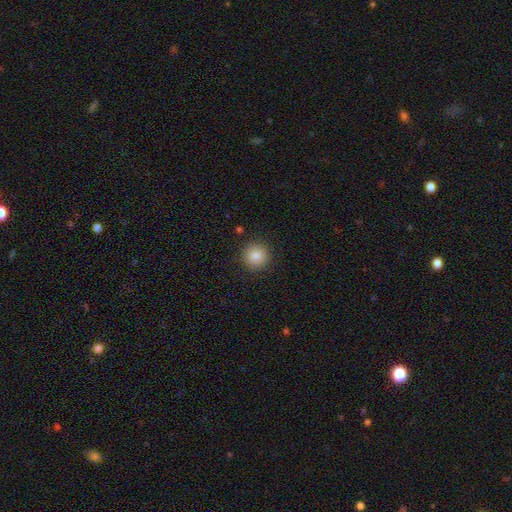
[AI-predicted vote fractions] This appears to be a smooth galaxy with no disk features (83%) that is round (95%). Merging: none (92%).